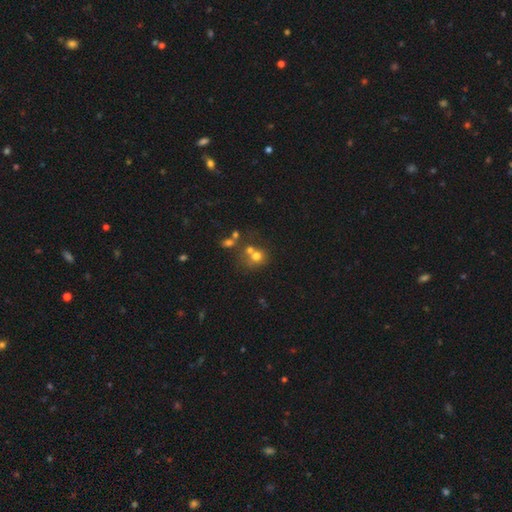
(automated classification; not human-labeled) This appears to be a smooth galaxy with no disk features (64%) that is round (76%). Merging: none (41%, tied with merger).